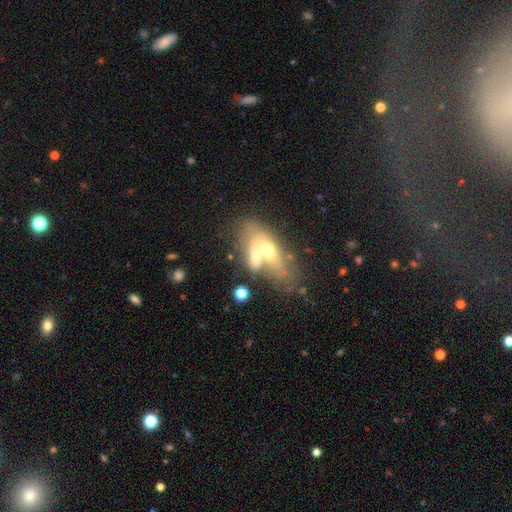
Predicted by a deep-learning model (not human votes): This is possibly a smooth galaxy (51%). How rounded: likely in between (70%). Merging: possibly merger (60%).